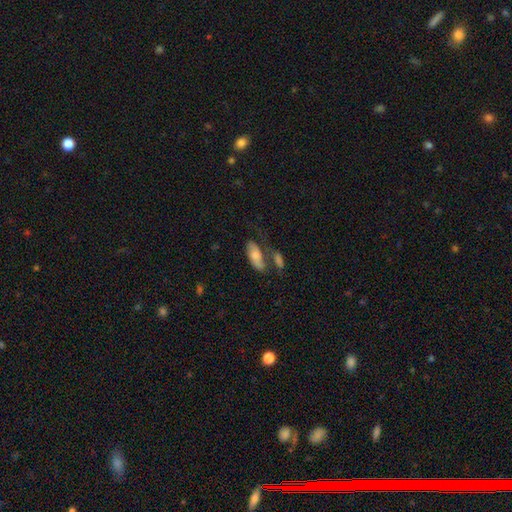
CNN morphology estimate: This appears to be a smooth galaxy with no disk features (62%) that is in between round and cigar-shaped (78%). Merging: none (39%).